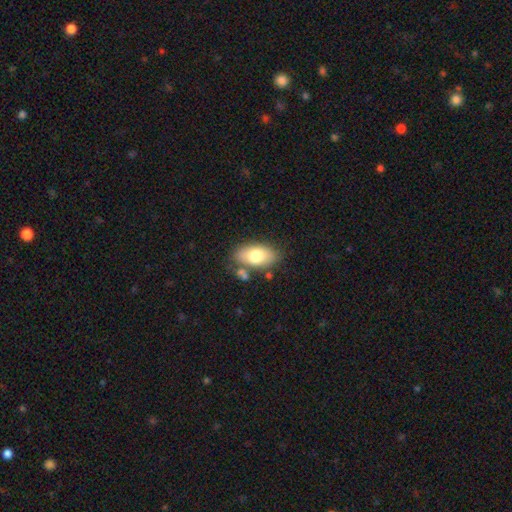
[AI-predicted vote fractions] Smooth or featured?
  - smooth: 72% *
  - featured or disk: 21%
  - star or artifact: 7%
How rounded?
  - in between: 92% *
  - round: 5%
  - cigar-shaped: 3%
Merging?
  - none: 72% *
  - minor disturbance: 15%
  - merger: 9%
  - major disturbance: 4%